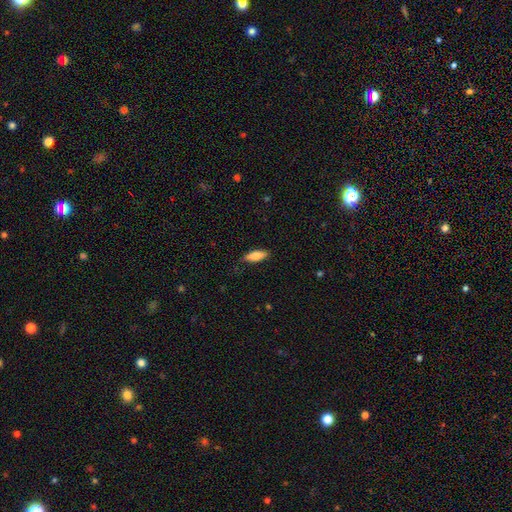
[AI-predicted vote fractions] Overall: smooth (78%). How rounded: in between (61%; cigar-shaped 37%). Merging: none (82%).